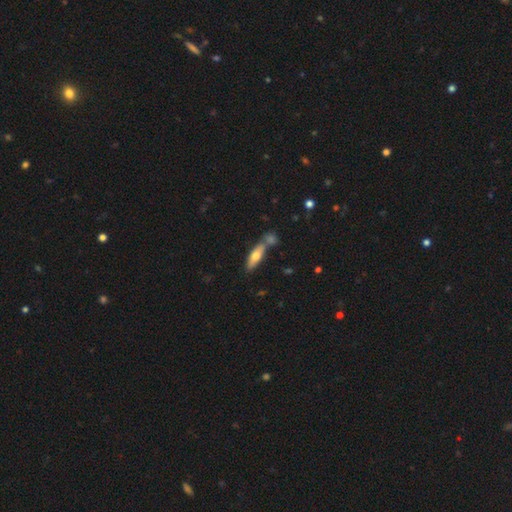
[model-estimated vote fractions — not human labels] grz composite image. It shows a smooth galaxy with no disk features (61%) that is cigar-shaped (55%). Merging: none (59%).